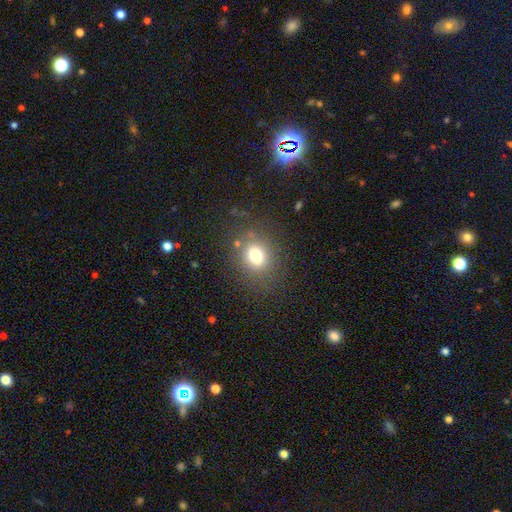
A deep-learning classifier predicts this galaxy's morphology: smooth-or-featured: smooth: 76% | star or artifact: 14% | featured or disk: 10%
  how-rounded: round: 58% | in between: 41% | cigar-shaped: 1%
  merging: none: 79% | minor disturbance: 12% | major disturbance: 6% | merger: 3%